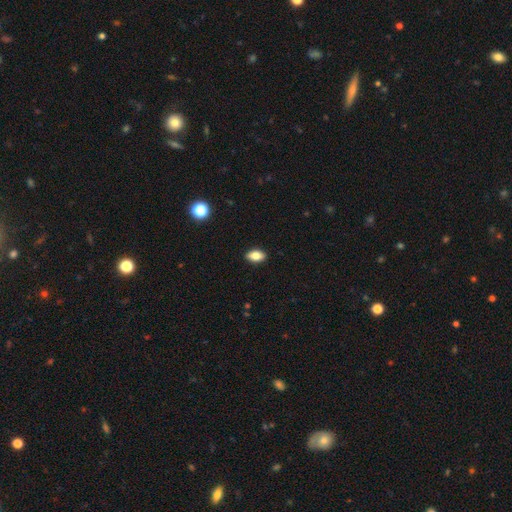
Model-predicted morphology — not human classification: Smooth or featured: smooth — 80% (featured or disk — 12%)
How rounded: in between — 88% (round — 7%)
Merging: none — 89% (minor disturbance — 8%)